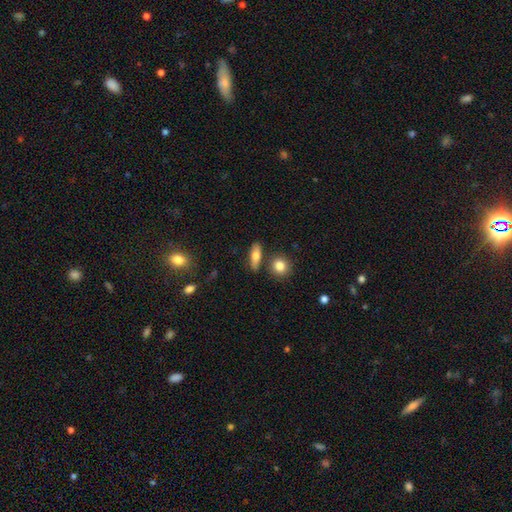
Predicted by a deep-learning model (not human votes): This appears to be a smooth galaxy with no disk features (68%) that is in between round and cigar-shaped (55%). Merging: none (77%).